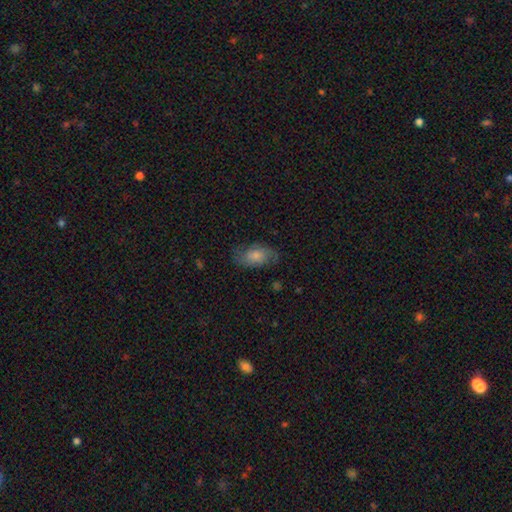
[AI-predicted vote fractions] Smooth or featured?
  - smooth: 49% *
  - featured or disk: 42%
  - star or artifact: 8%
Merging?
  - none: 69% *
  - minor disturbance: 20%
  - major disturbance: 10%
  - merger: 1%